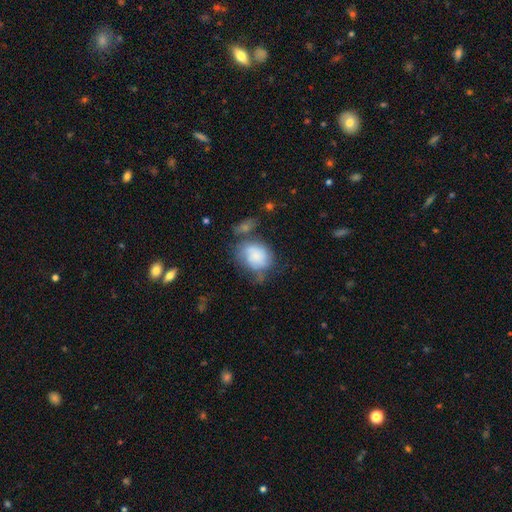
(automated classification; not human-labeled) A smooth galaxy with no disk features (65%) that is in between round and cigar-shaped (53%).

Vote fractions:
- Smooth or featured? smooth: 65% / featured or disk: 27% / star or artifact: 8%
- How rounded? in between: 53% / round: 46% / cigar-shaped: 1%
- Merging? none: 33% / minor disturbance: 29% / major disturbance: 21% / merger: 17%